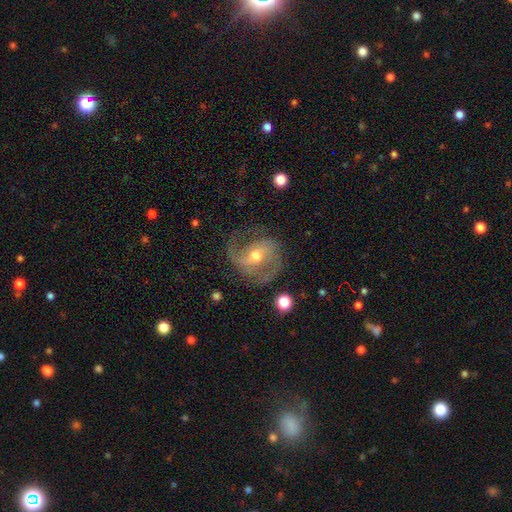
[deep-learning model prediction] This is clearly a featured or disk galaxy (83%). It is clearly not viewed edge-on (97%). Bar: marginally weak (45%). Spiral arm pattern: clearly yes (94%). Spiral arm count: likely 2 (75%). Spiral winding: possibly medium (49%). Central bulge: likely moderate (67%). Merging: likely none (62%).